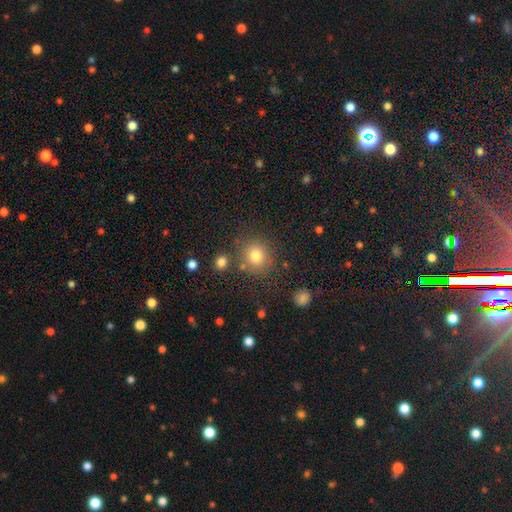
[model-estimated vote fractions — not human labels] Morphology: type=smooth (80%); roundness=round (85%); merging=none (80%).